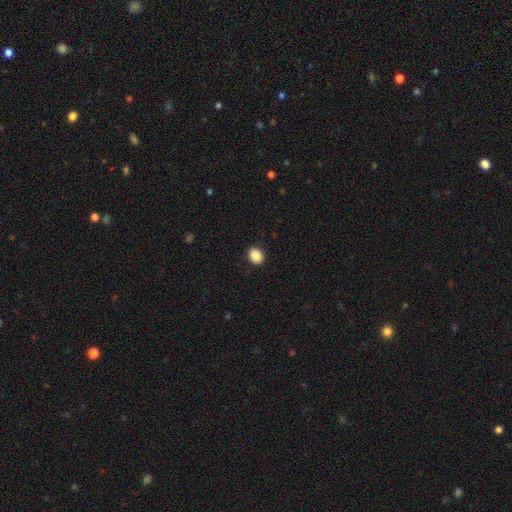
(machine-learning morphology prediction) The model was most divided on "how rounded": round: 50%, in between: 49%, cigar-shaped: 1%. More confident: merging — none (90%); smooth or featured — smooth (87%).